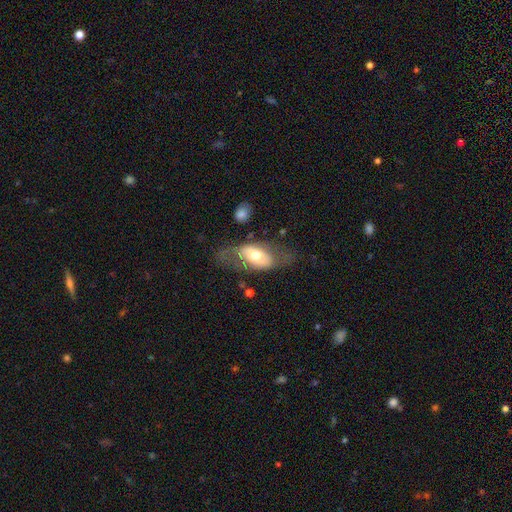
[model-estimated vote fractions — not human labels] This is possibly a smooth galaxy (48%). Merging: possibly none (58%).